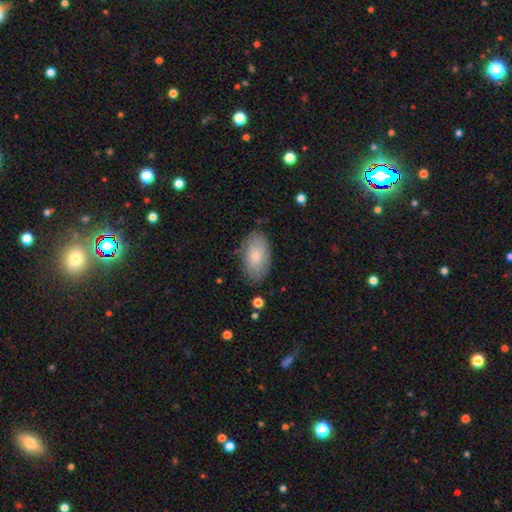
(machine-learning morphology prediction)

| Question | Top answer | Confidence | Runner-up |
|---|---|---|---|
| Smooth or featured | smooth | 70% | featured or disk (23%) |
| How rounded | in between | 94% | round (5%) |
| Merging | none | 76% | minor disturbance (18%) |